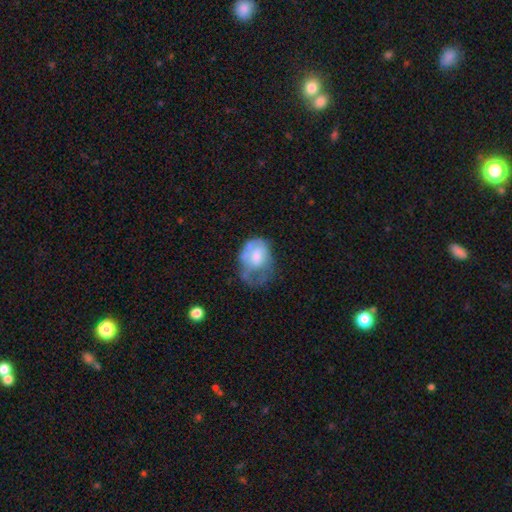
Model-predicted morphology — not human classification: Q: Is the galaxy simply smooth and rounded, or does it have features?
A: smooth — 52%.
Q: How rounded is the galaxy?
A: in between — 64%.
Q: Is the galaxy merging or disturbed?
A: major disturbance — 42%.